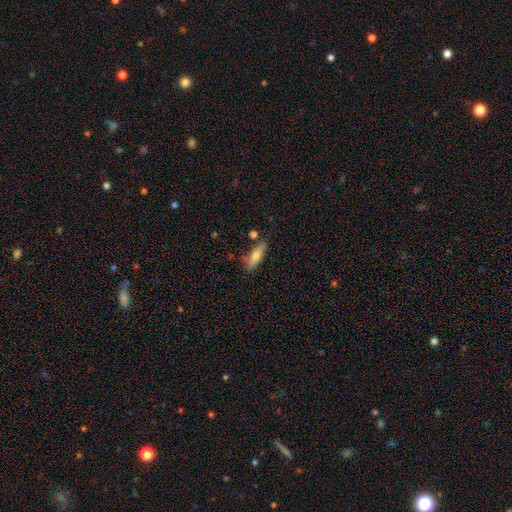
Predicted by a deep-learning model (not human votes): This appears to be a smooth galaxy with no disk features (62%) that is cigar-shaped (60%). Merging: none (73%).